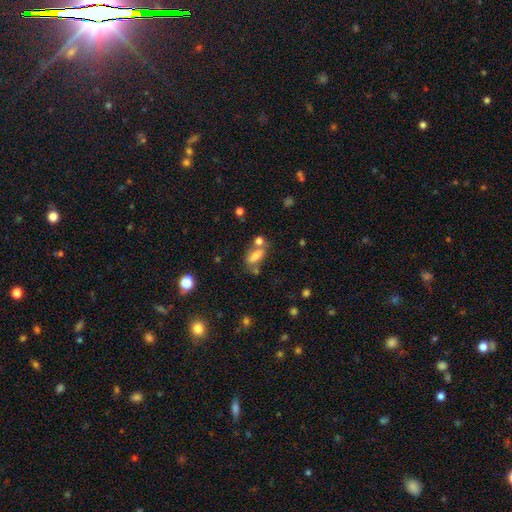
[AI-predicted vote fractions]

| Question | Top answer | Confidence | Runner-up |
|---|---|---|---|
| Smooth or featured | smooth | 69% | featured or disk (20%) |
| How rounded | in between | 75% | cigar-shaped (19%) |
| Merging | none | 51% | merger (26%) |